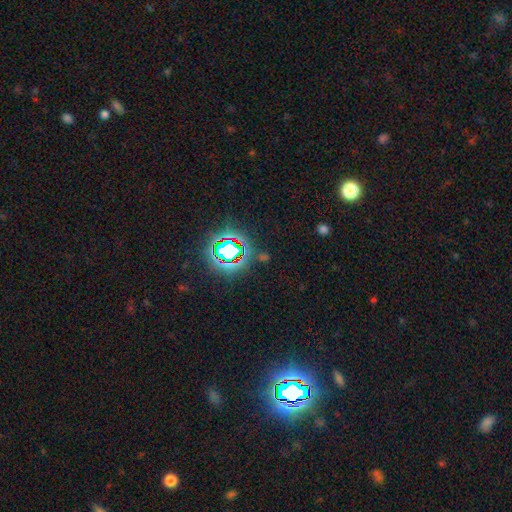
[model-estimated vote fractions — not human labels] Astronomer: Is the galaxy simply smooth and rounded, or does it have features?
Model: star or artifact — 76%.